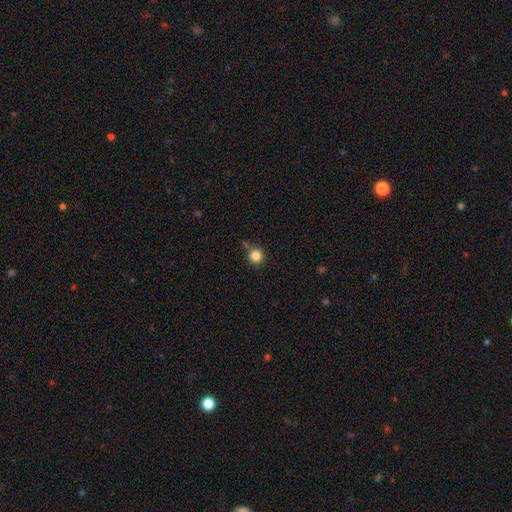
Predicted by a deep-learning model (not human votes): This is clearly a smooth galaxy (85%). How rounded: clearly round (94%). Merging: likely none (73%).